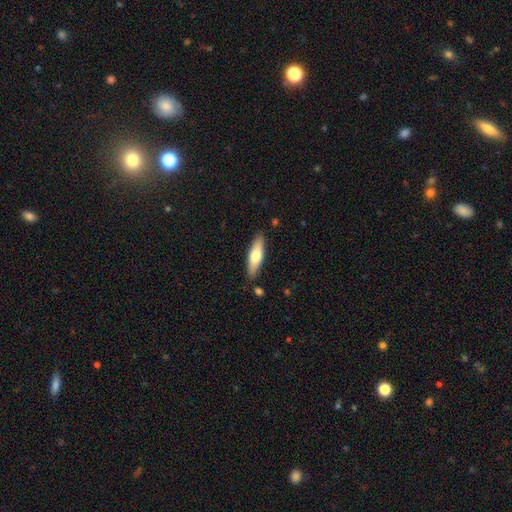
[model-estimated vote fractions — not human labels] This appears to be a smooth galaxy with no disk features (66%) that is cigar-shaped (54%). Merging: none (85%).